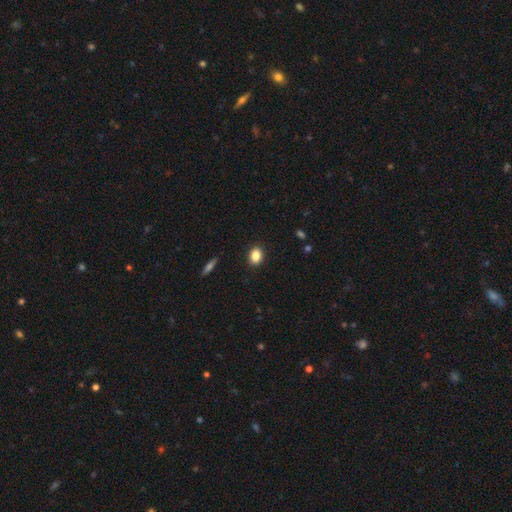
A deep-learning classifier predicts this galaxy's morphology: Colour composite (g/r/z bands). It shows a smooth galaxy with no disk features (86%) that is in between round and cigar-shaped (67%). Merging: none (90%).